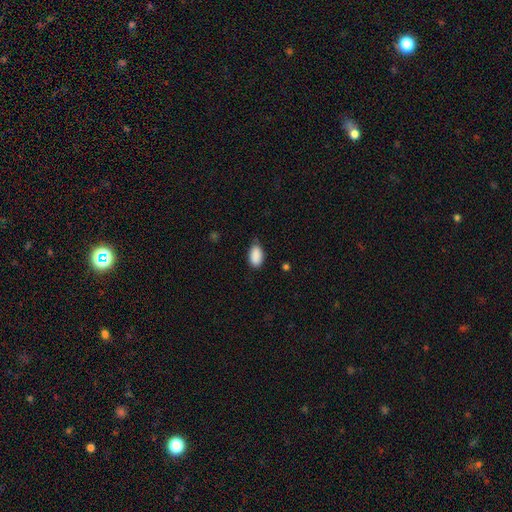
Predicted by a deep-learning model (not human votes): smooth-or-featured: smooth: 90% | star or artifact: 7% | featured or disk: 3%
  how-rounded: in between: 93% | round: 5% | cigar-shaped: 2%
  merging: none: 69% | minor disturbance: 25% | major disturbance: 4% | merger: 1%